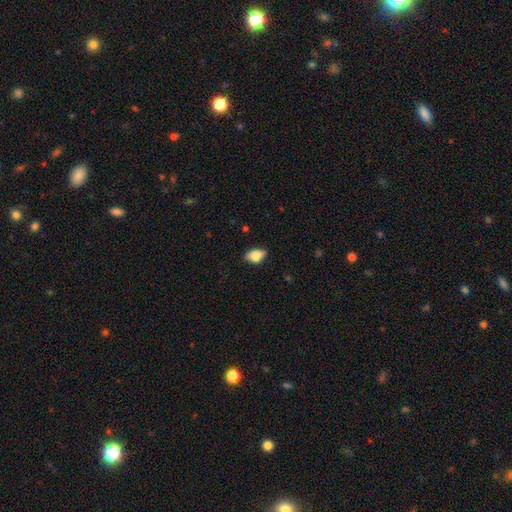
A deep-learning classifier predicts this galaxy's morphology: Q: Smooth or featured?
A: smooth (81%); runner-up: featured or disk (11%)
Q: How rounded?
A: in between (87%); runner-up: round (10%)
Q: Merging?
A: none (65%); runner-up: minor disturbance (27%)